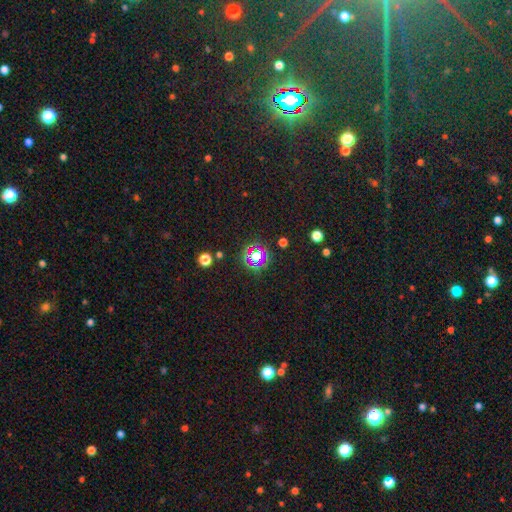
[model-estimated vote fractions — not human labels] Smooth or featured?
  - star or artifact: 67% *
  - smooth: 22%
  - featured or disk: 11%